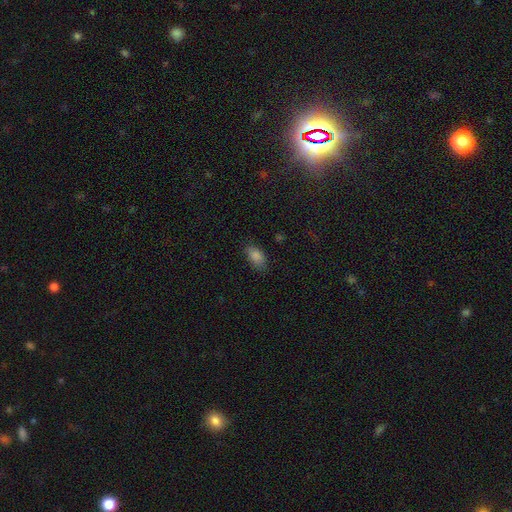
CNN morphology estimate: Overall: smooth (84%). How rounded: in between (91%). Merging: none (76%).